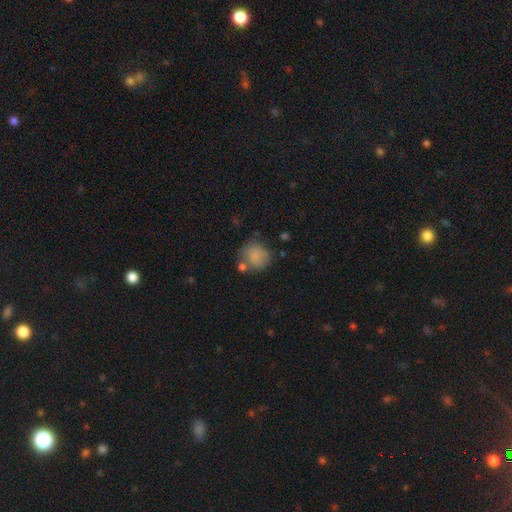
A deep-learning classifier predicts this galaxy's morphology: Smooth or featured? smooth (82%)
How rounded? round (86%)
Merging? none (60%)